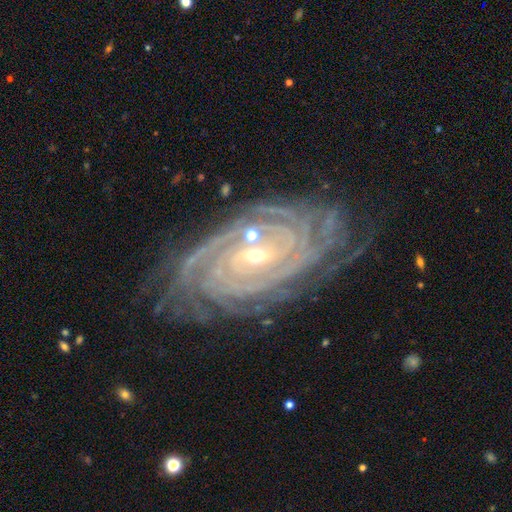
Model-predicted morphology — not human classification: A featured or disk galaxy (92%) with a weak bar (36%), more than 4 (27%) tight (88%) spiral arms (99%) and a small central bulge (69%). Merging: none (77%).